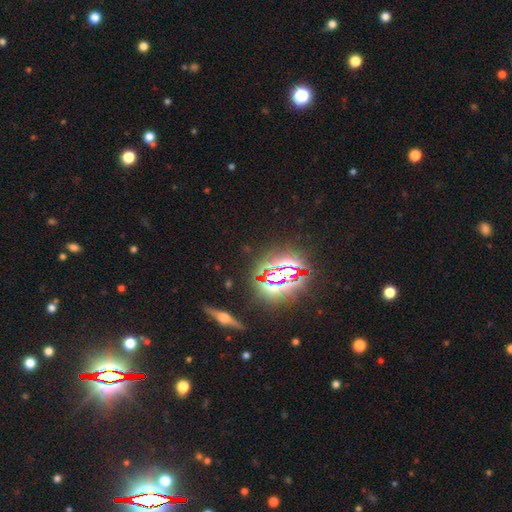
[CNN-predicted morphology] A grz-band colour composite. It shows a star or artifact, not a galaxy (81%).